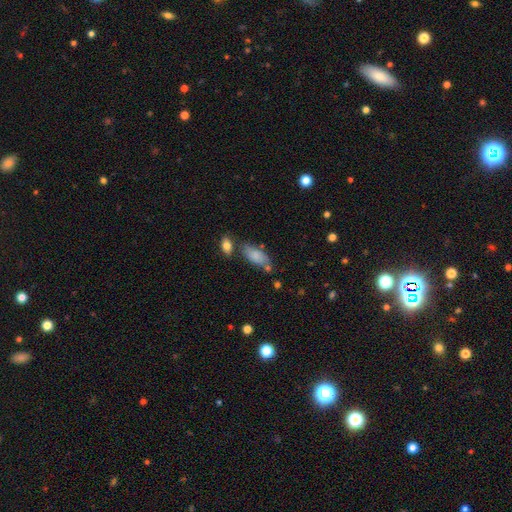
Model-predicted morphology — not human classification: type=smooth (82%); roundness=in between (85%); merging=none (61%).